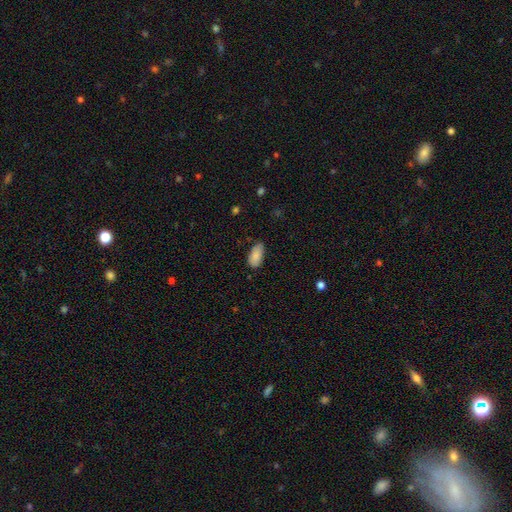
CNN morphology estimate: smooth_or_featured: smooth (p=0.88) [alt: star or artifact p=0.07]
how_rounded: in between (p=0.93) [alt: cigar-shaped p=0.05]
merging: none (p=0.73) [alt: minor disturbance p=0.22]